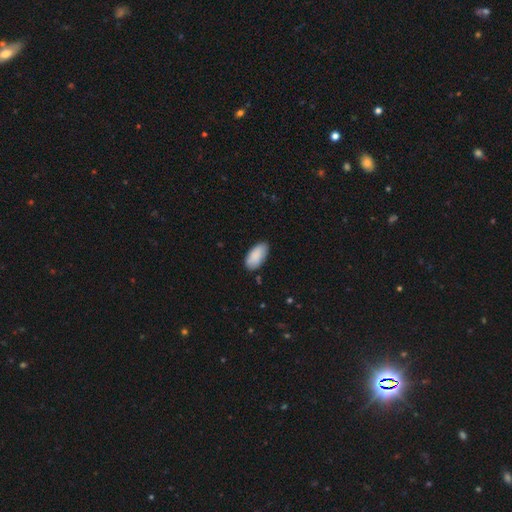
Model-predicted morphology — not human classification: Smooth or featured? smooth (89%)
How rounded? in between (95%)
Merging? none (82%)